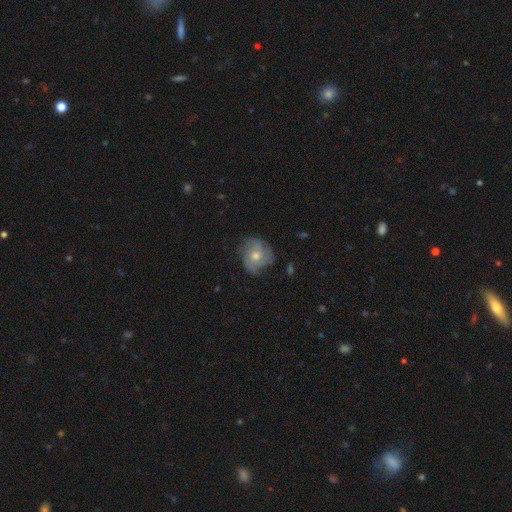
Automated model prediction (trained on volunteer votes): smooth_or_featured: featured or disk (p=0.52) [alt: smooth p=0.37]
disk_edge_on: no (p=0.96) [alt: yes p=0.04]
merging: none (p=0.69) [alt: minor disturbance p=0.21]